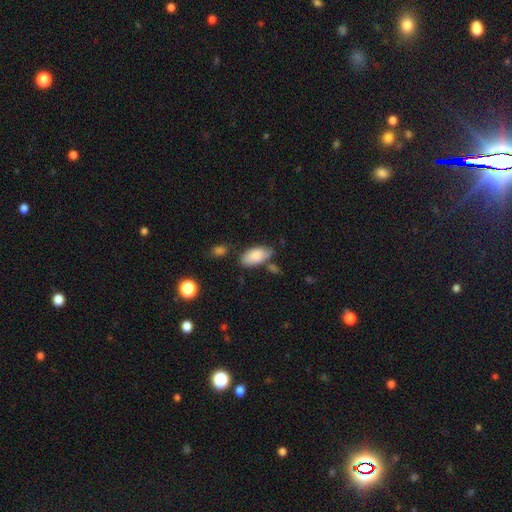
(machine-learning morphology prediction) A smooth galaxy with no disk features (84%) that is in between round and cigar-shaped (93%).

Vote fractions:
- Smooth or featured? smooth: 84% / featured or disk: 9% / star or artifact: 7%
- How rounded? in between: 93% / cigar-shaped: 4% / round: 3%
- Merging? none: 64% / minor disturbance: 21% / merger: 10% / major disturbance: 5%